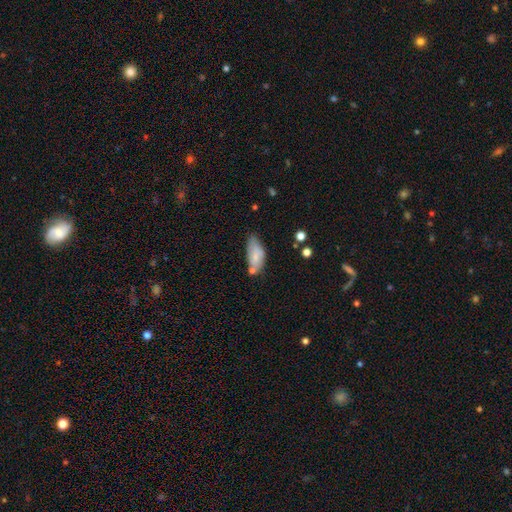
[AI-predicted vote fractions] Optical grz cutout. It shows a smooth galaxy with no disk features (74%) that is in between round and cigar-shaped (86%). Merging: none (49%).